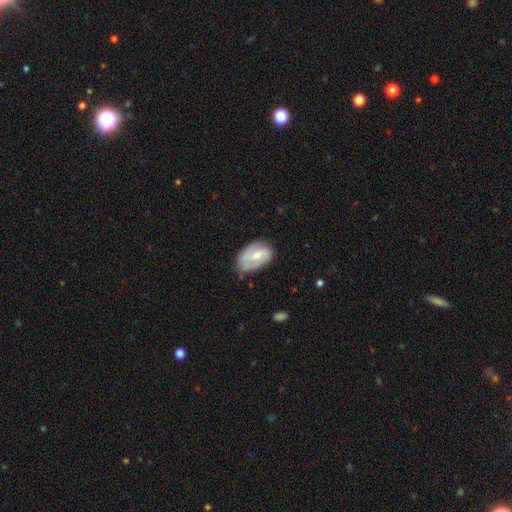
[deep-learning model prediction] The model was most divided on "smooth or featured" (2-way tie): featured or disk: 47%, smooth: 47%, star or artifact: 6%. More confident: merging — none (55%).